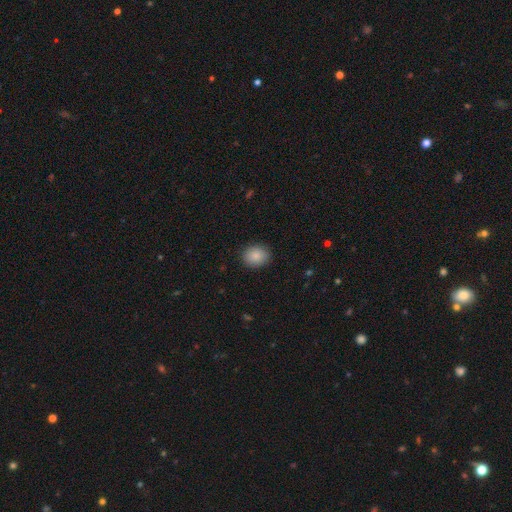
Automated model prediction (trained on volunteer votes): smooth-or-featured: smooth: 88% | star or artifact: 8% | featured or disk: 4%
  how-rounded: round: 57% | in between: 42% | cigar-shaped: 1%
  merging: none: 89% | minor disturbance: 8% | major disturbance: 2% | merger: 1%